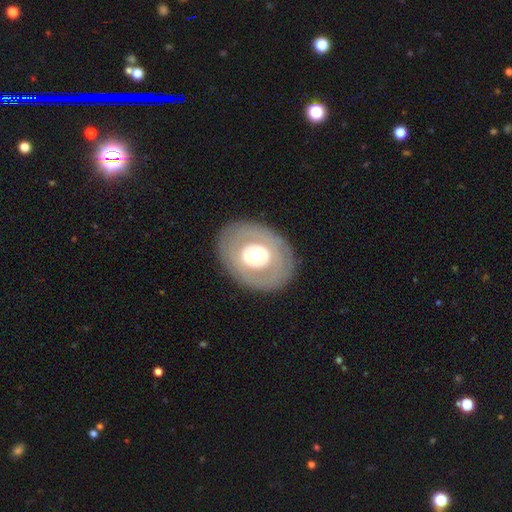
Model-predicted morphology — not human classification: featured or disk 56%, smooth 38%, star or artifact 6%. Down the decision tree: edge-on disk — no (93%); bar — no (85%); spiral arms — no (87%); bulge size — moderate (56%); merging — none (83%).